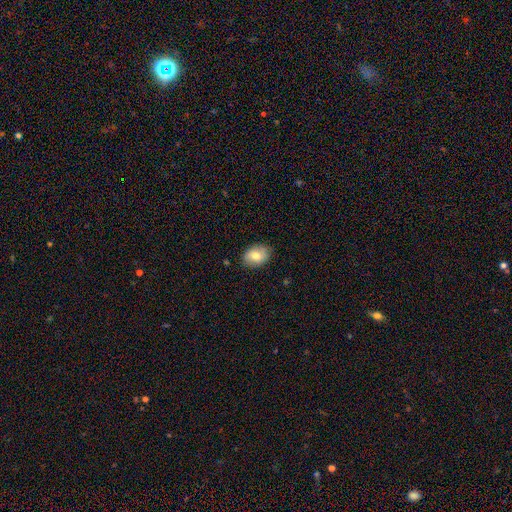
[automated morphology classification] This appears to be a smooth galaxy with no disk features (75%) that is in between round and cigar-shaped (75%). Merging: none (85%).